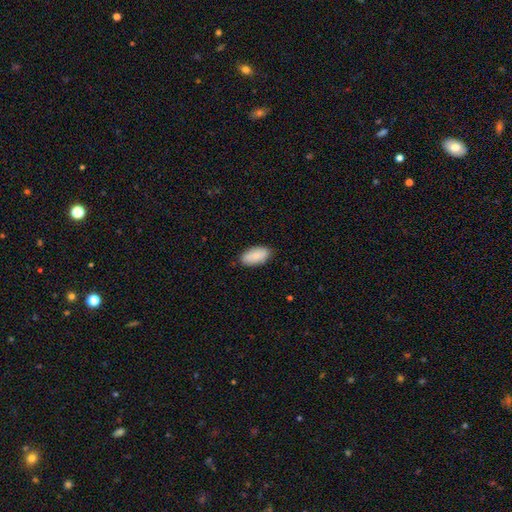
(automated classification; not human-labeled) Morphology: type=smooth (83%); roundness=in between (93%); merging=none (85%).